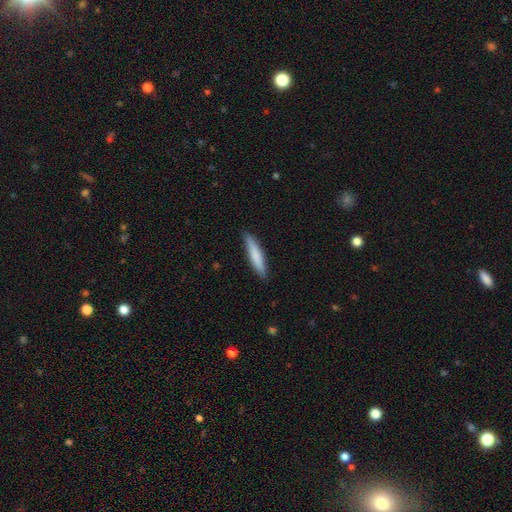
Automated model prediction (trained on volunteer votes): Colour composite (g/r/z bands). It shows a smooth galaxy with no disk features (77%) that is cigar-shaped (87%). Merging: none (87%).